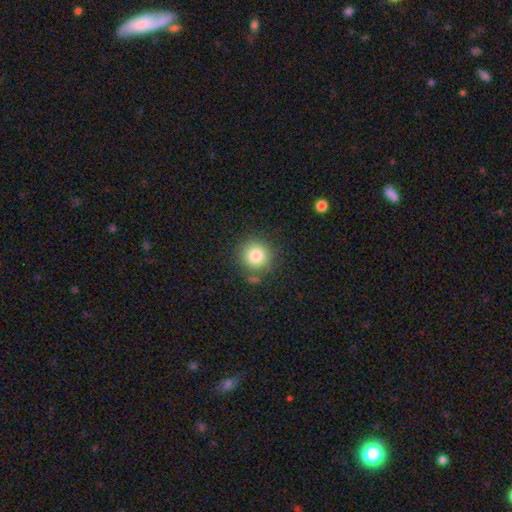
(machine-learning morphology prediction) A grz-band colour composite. It shows a smooth galaxy with no disk features (82%) that is round (93%). Merging: none (80%).